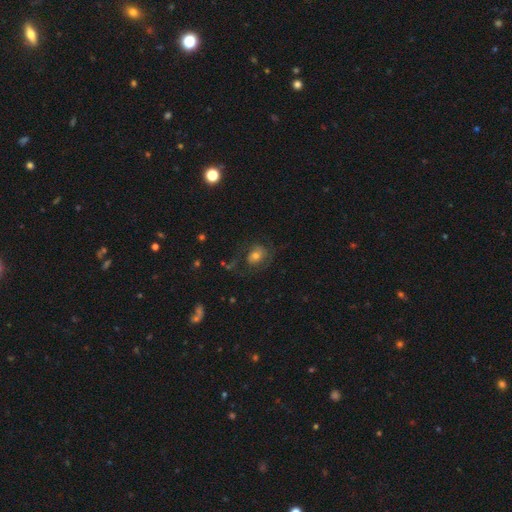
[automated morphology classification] A smooth galaxy with no disk features (46%). Merging: none (52%).